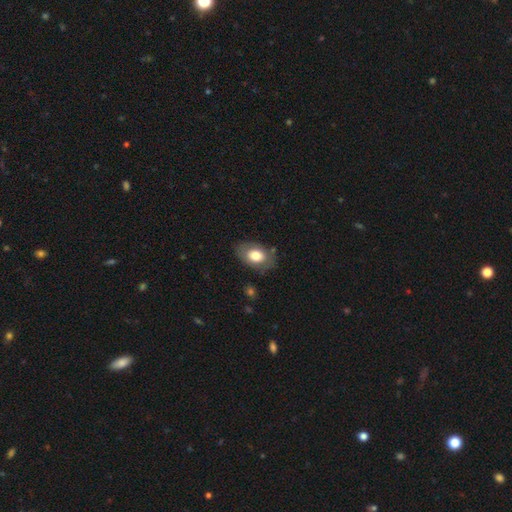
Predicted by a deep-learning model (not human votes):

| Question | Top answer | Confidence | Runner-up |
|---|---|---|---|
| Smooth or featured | smooth | 72% | featured or disk (22%) |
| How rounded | in between | 86% | round (12%) |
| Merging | none | 77% | minor disturbance (16%) |